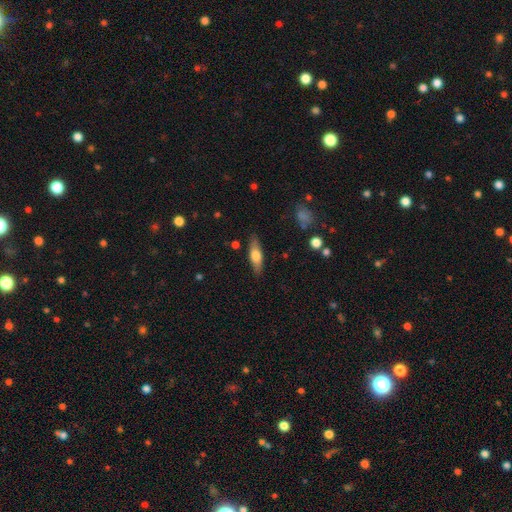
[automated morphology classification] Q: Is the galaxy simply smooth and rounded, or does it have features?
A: smooth — 60%.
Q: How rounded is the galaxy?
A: in between — 51%.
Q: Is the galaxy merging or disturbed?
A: none — 85%.